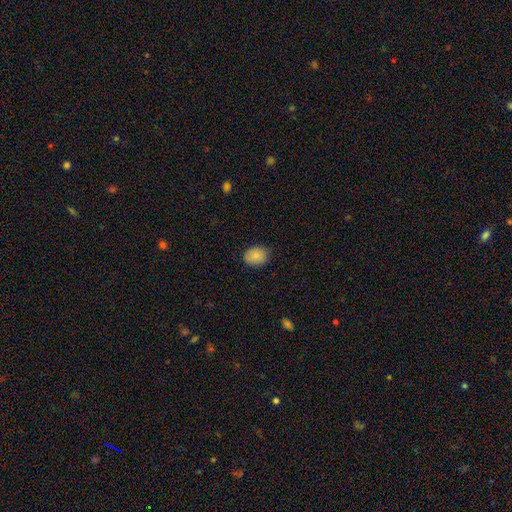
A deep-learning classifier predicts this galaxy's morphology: type=smooth (83%); roundness=in between (61%); merging=none (82%).